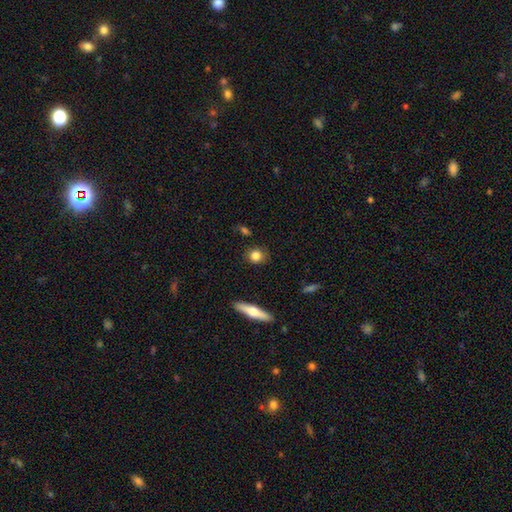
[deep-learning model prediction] Smooth or featured? smooth (82%)
How rounded? round (79%)
Merging? none (86%)